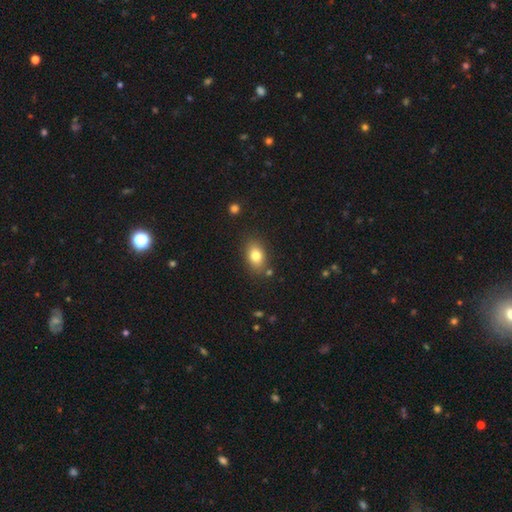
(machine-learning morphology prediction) type=smooth (80%); roundness=in between (80%); merging=none (82%).